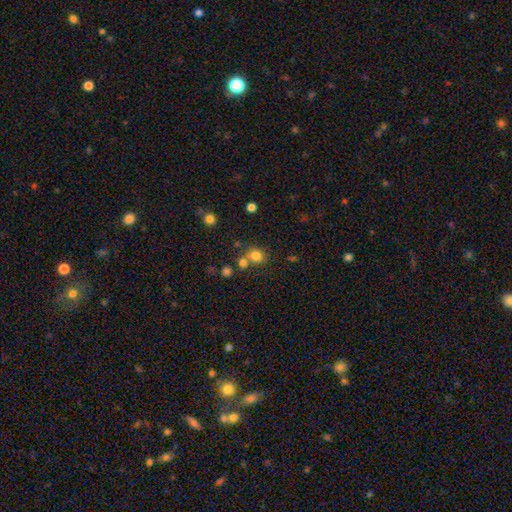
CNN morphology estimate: Q: Smooth or featured?
A: smooth (79%); runner-up: star or artifact (14%)
Q: How rounded?
A: round (73%); runner-up: in between (26%)
Q: Merging?
A: none (55%); runner-up: merger (31%)